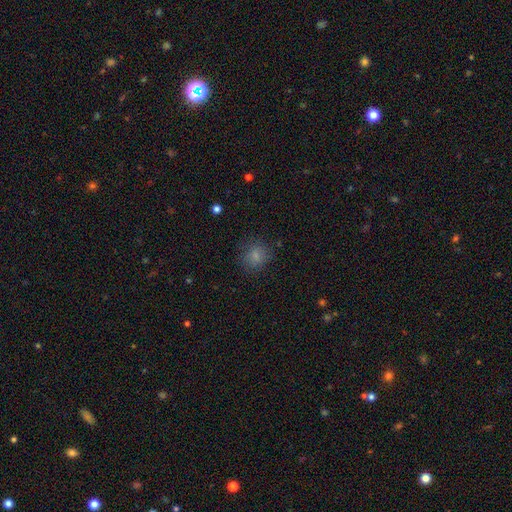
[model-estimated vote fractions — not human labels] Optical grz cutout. It shows a smooth galaxy with no disk features (82%) that is round (80%). Merging: none (81%).